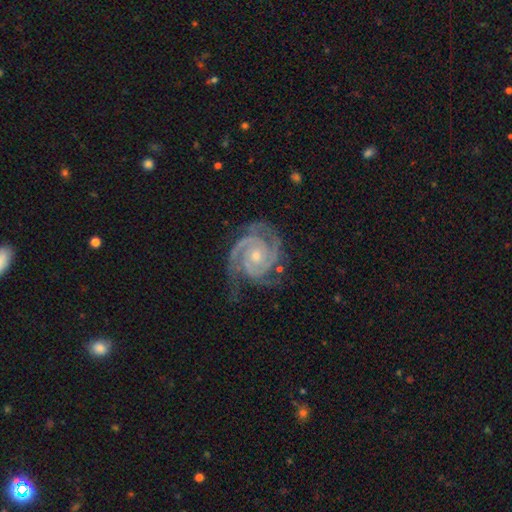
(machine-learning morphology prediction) Smooth or featured? Predicted: featured or disk (p=0.93). Edge-on disk? Predicted: no (p=0.98). Bar? Predicted: no (p=0.69). Spiral arms? Predicted: yes (p=0.99). Spiral winding? Predicted: tight (p=0.73). Spiral arm count? Predicted: 2 (p=0.62). Bulge size? Predicted: small (p=0.57). Merging? Predicted: none (p=0.72).